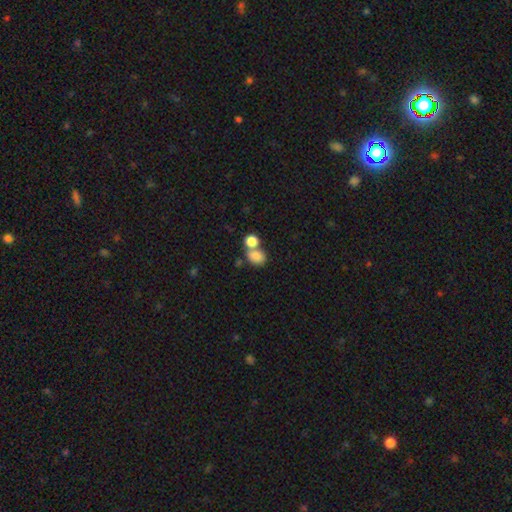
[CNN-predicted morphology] This is clearly a smooth galaxy (82%). How rounded: possibly in between (58%). Merging: possibly merger (49%).